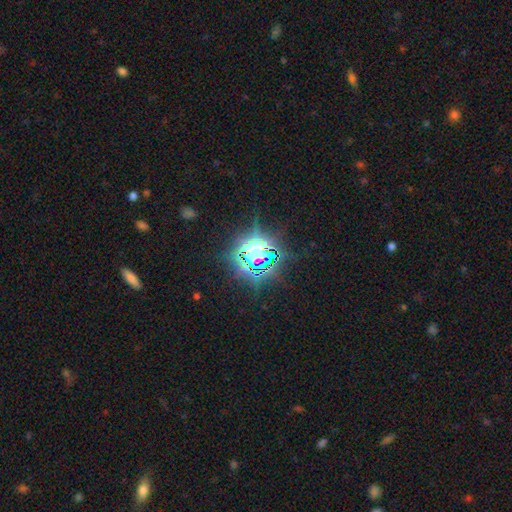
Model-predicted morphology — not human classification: smooth-or-featured: star or artifact: 80% | smooth: 11% | featured or disk: 9%